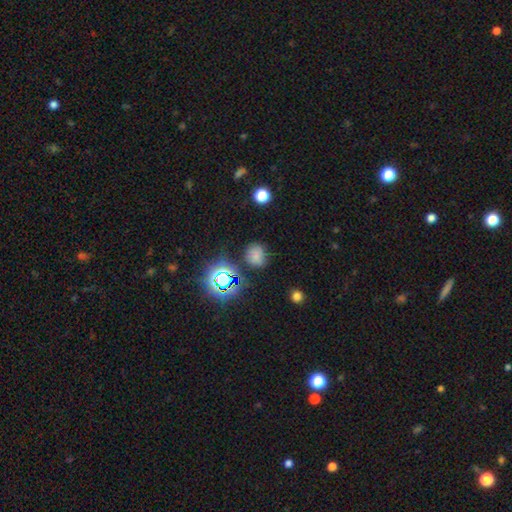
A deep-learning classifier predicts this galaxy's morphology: smooth_or_featured: smooth (p=0.66) [alt: star or artifact p=0.25]
how_rounded: round (p=0.75) [alt: in between p=0.24]
merging: none (p=0.72) [alt: minor disturbance p=0.18]